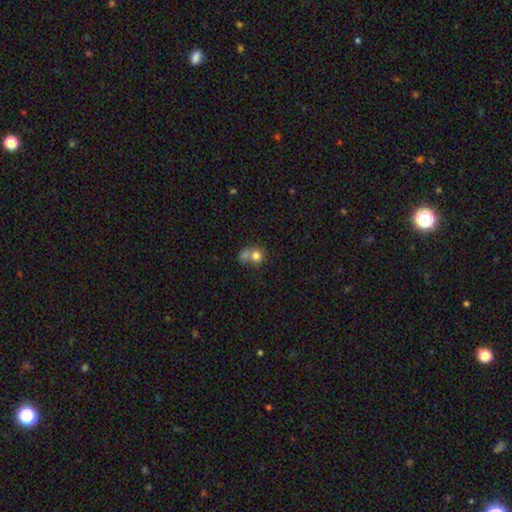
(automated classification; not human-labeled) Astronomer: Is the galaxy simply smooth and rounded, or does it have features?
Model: smooth — 76%.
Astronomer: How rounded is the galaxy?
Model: round — 78%.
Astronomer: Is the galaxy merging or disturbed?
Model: merger — 56%.